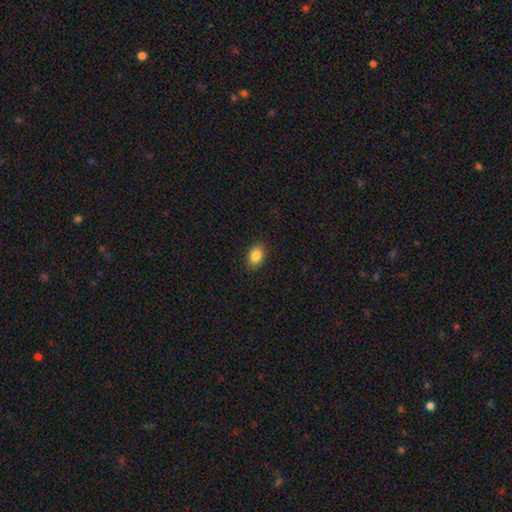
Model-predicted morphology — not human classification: This appears to be a smooth galaxy with no disk features (86%) that is in between round and cigar-shaped (82%). Merging: none (89%).